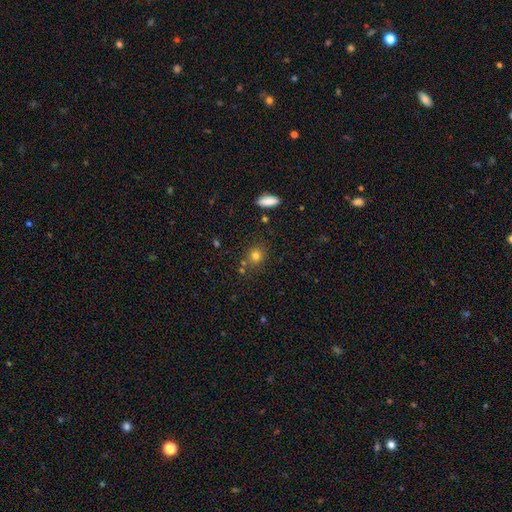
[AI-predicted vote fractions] Overall: smooth (78%). How rounded: round (82%). Merging: none (76%).